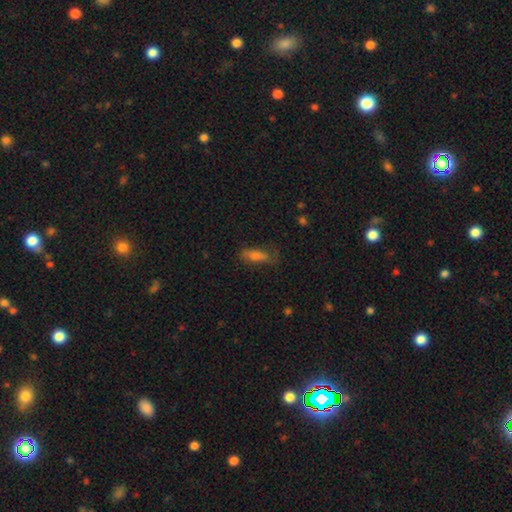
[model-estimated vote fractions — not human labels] smooth_or_featured: smooth (p=0.58) [alt: featured or disk p=0.29]
how_rounded: in between (p=0.61) [alt: cigar-shaped p=0.35]
merging: none (p=0.63) [alt: minor disturbance p=0.23]